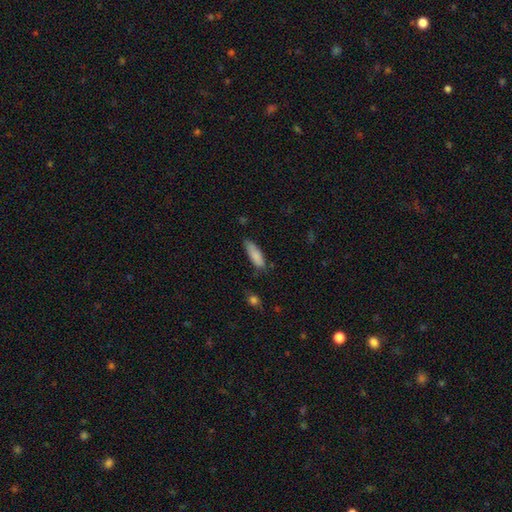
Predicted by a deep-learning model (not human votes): smooth 86%, featured or disk 8%, star or artifact 6%. Down the decision tree: how rounded — in between (52%); merging — none (71%).